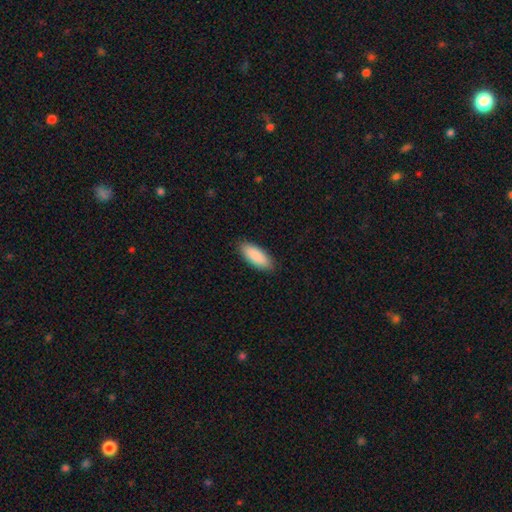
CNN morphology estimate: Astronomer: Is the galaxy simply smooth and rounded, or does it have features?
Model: smooth — 91%.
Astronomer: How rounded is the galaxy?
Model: in between — 80%.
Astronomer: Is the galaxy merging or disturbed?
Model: none — 89%.